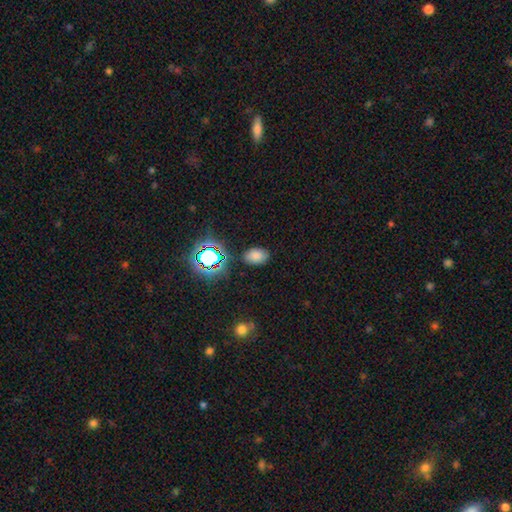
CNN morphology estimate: smooth 74%, star or artifact 19%, featured or disk 7%. Down the decision tree: how rounded — in between (85%); merging — none (81%).